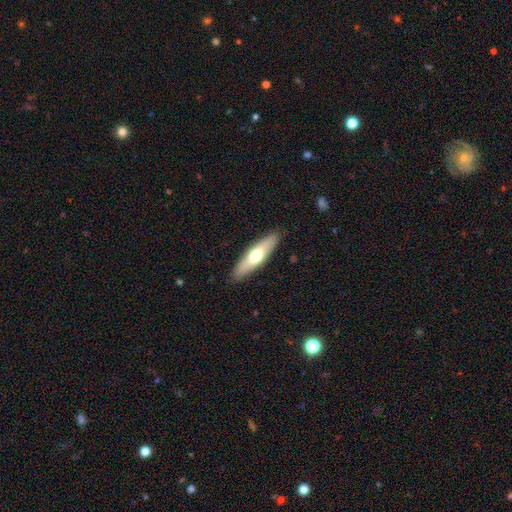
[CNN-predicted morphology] This appears to be a smooth galaxy with no disk features (55%) that is cigar-shaped (68%). Merging: none (89%).